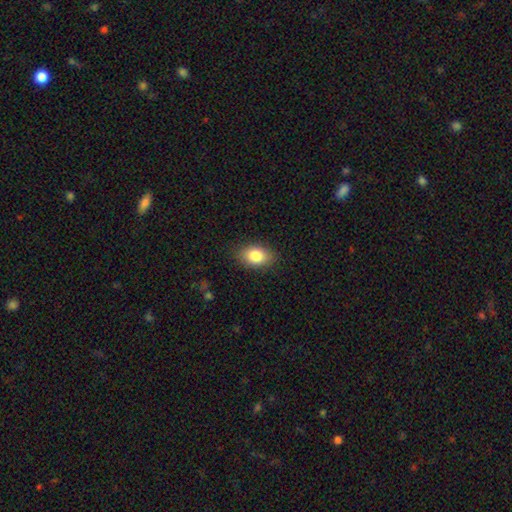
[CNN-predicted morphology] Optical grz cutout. It shows a smooth galaxy with no disk features (84%) that is in between round and cigar-shaped (83%). Merging: none (85%).